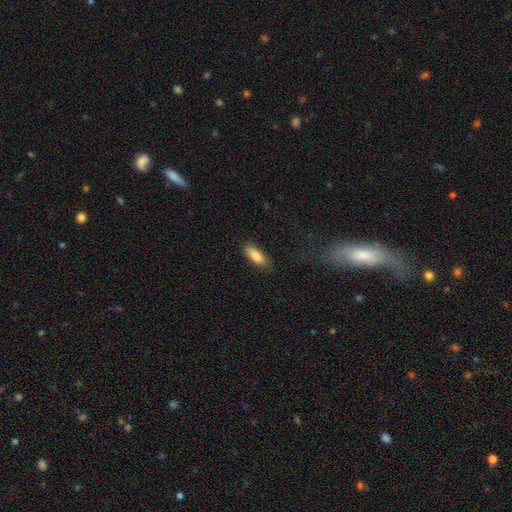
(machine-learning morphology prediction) Smooth or featured: smooth — 83% (featured or disk — 11%)
How rounded: in between — 69% (cigar-shaped — 29%)
Merging: none — 78% (minor disturbance — 17%)